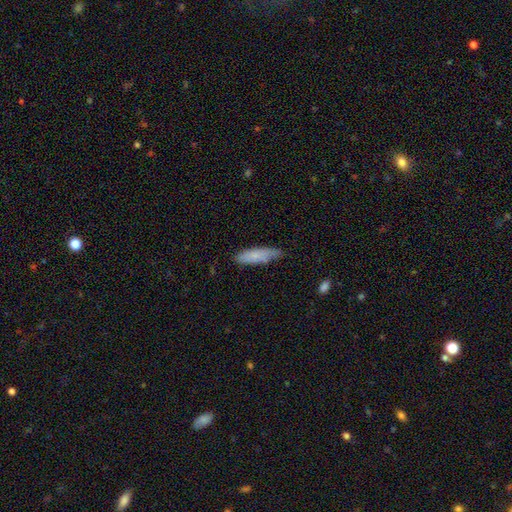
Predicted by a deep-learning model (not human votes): This appears to be a smooth galaxy with no disk features (76%) that is cigar-shaped (62%). Merging: none (67%).